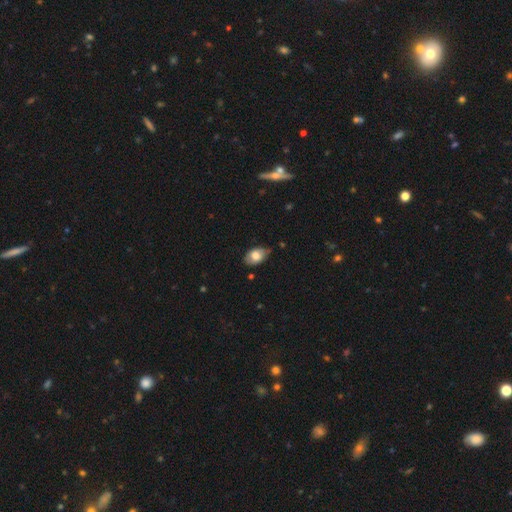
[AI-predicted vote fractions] This appears to be a smooth galaxy with no disk features (75%) that is in between round and cigar-shaped (89%). Merging: none (66%).